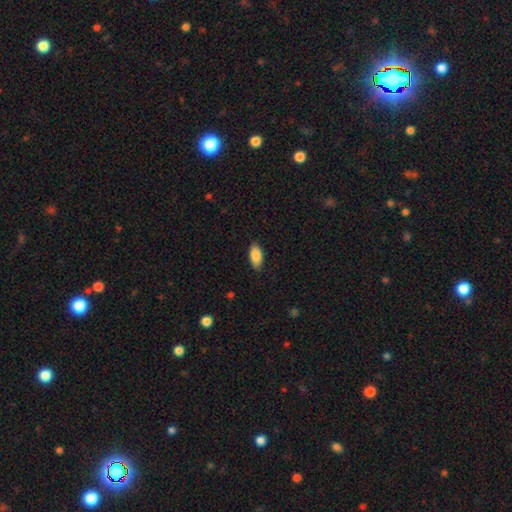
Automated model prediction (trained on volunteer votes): Smooth or featured? smooth (88%)
How rounded? in between (92%)
Merging? none (87%)